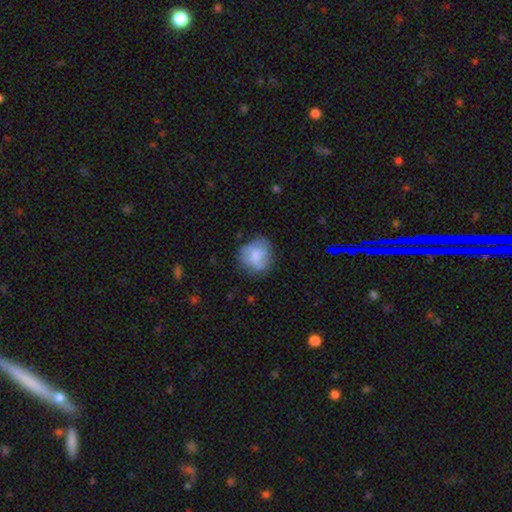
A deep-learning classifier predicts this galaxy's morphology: This appears to be a smooth galaxy with no disk features (66%) that is round (78%). Merging: none (62%).